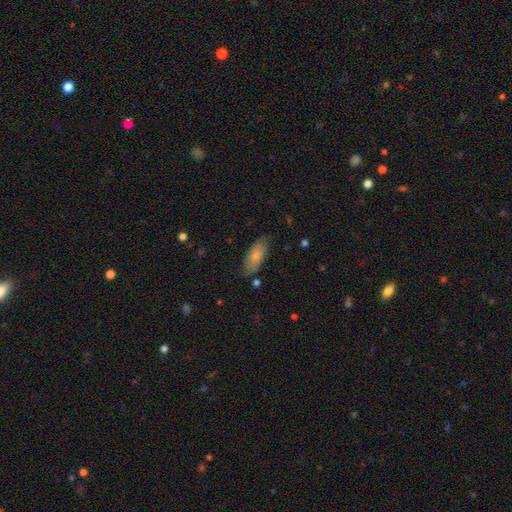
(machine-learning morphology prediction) A smooth galaxy with no disk features (70%) that is in between round and cigar-shaped (83%).

Vote fractions:
- Smooth or featured? smooth: 70% / featured or disk: 24% / star or artifact: 6%
- How rounded? in between: 83% / cigar-shaped: 15% / round: 2%
- Merging? none: 69% / minor disturbance: 24% / major disturbance: 6% / merger: 2%